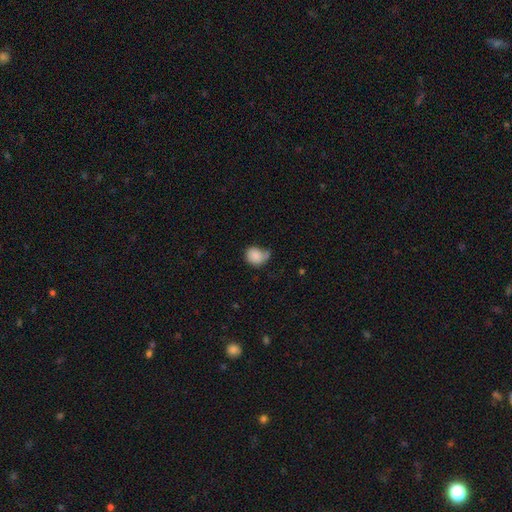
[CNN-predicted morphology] This is clearly a smooth galaxy (82%). How rounded: likely round (62%). Merging: marginally none (37%).